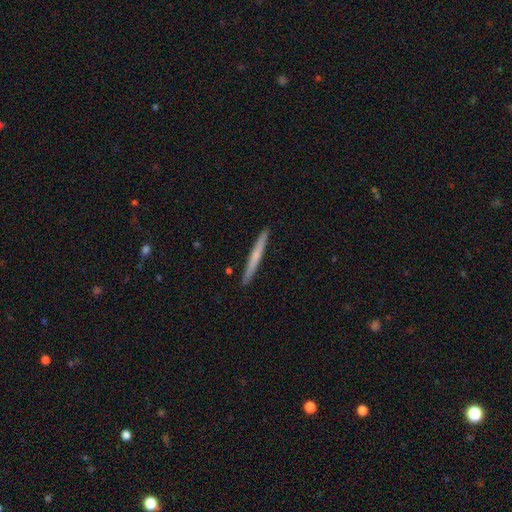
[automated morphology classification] smooth_or_featured: smooth (p=0.53) [alt: featured or disk p=0.42]
how_rounded: cigar-shaped (p=0.97) [alt: in between p=0.02]
merging: none (p=0.92) [alt: minor disturbance p=0.05]